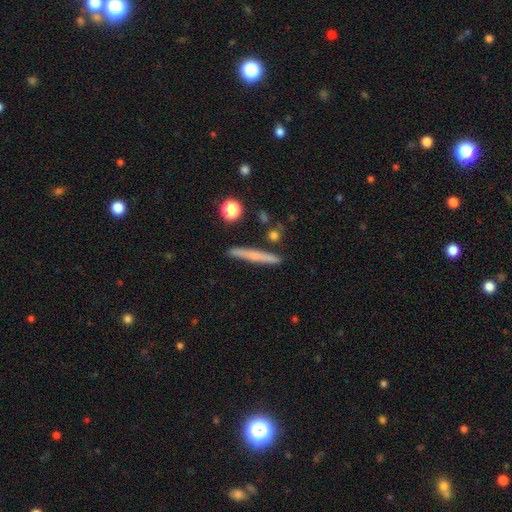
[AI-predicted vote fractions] A smooth galaxy with no disk features (51%) that is cigar-shaped (94%). Merging: none (87%).